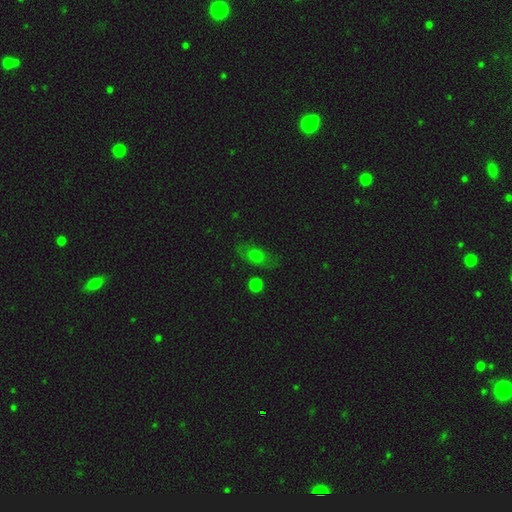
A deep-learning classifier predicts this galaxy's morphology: Overall: smooth (65%). How rounded: in between (71%). Merging: none (69%).